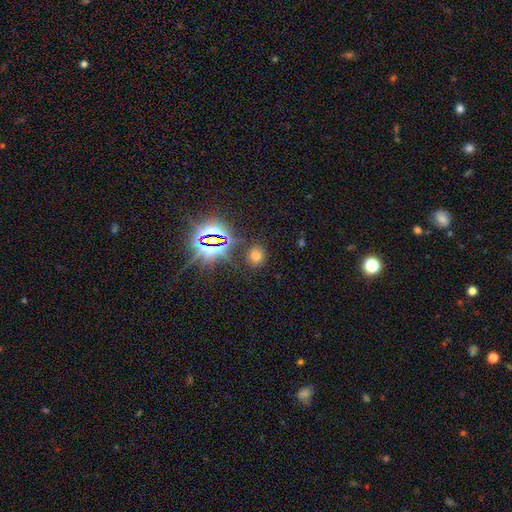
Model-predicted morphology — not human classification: A smooth galaxy with no disk features (60%) that is round (71%).

Vote fractions:
- Smooth or featured? smooth: 60% / star or artifact: 32% / featured or disk: 7%
- How rounded? round: 71% / in between: 28% / cigar-shaped: 1%
- Merging? none: 82% / minor disturbance: 10% / major disturbance: 4% / merger: 4%